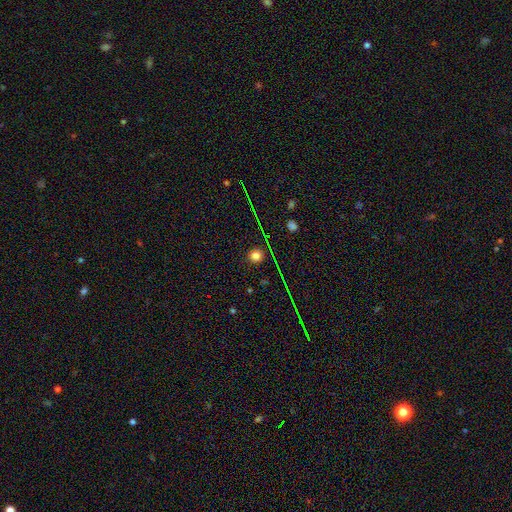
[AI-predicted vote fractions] A smooth galaxy with no disk features (72%) that is round (84%).

Vote fractions:
- Smooth or featured? smooth: 72% / star or artifact: 21% / featured or disk: 7%
- How rounded? round: 84% / in between: 15% / cigar-shaped: 1%
- Merging? none: 88% / minor disturbance: 8% / major disturbance: 3% / merger: 2%